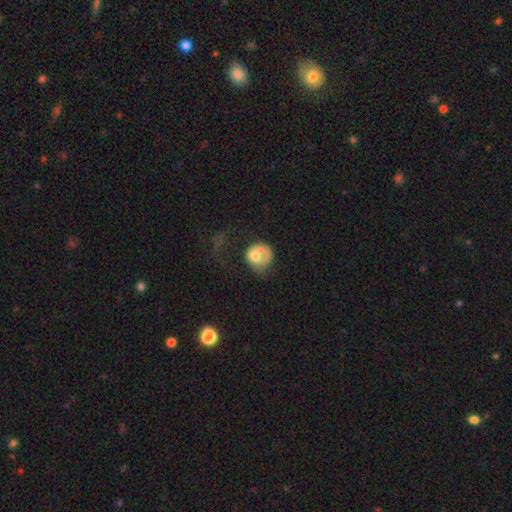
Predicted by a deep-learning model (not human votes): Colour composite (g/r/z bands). It shows a smooth galaxy with no disk features (60%) that is round (73%). Merging: major disturbance (39%).